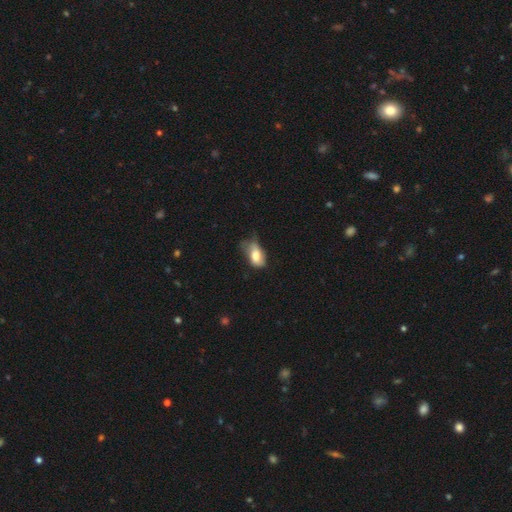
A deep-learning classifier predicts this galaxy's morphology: smooth 74%, featured or disk 18%, star or artifact 8%. Down the decision tree: how rounded — in between (89%); merging — minor disturbance (42%).